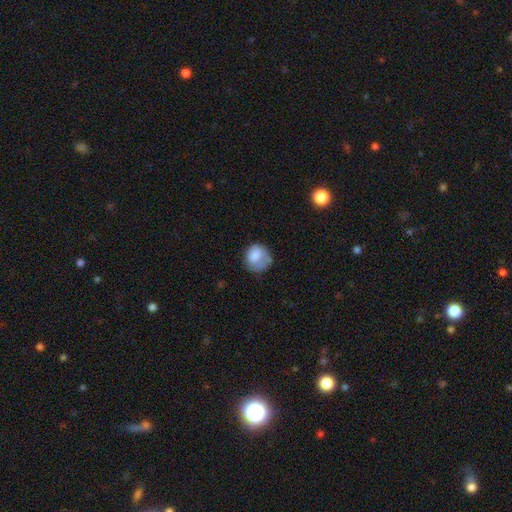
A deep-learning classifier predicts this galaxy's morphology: smooth_or_featured: smooth (p=0.77) [alt: featured or disk p=0.15]
how_rounded: round (p=0.76) [alt: in between p=0.23]
merging: none (p=0.50) [alt: minor disturbance p=0.28]